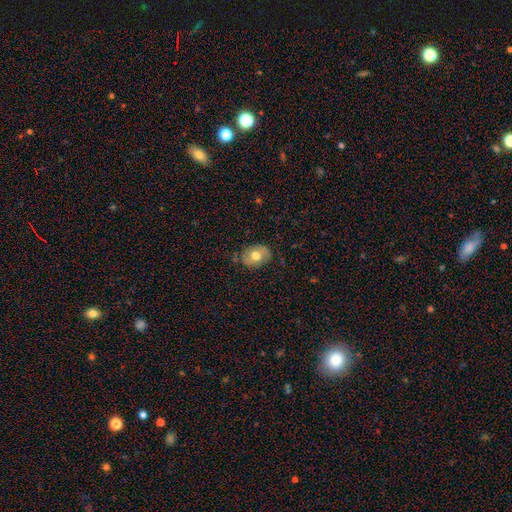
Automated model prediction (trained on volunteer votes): smooth 62%, featured or disk 30%, star or artifact 7%. Down the decision tree: how rounded — in between (68%); merging — none (76%).